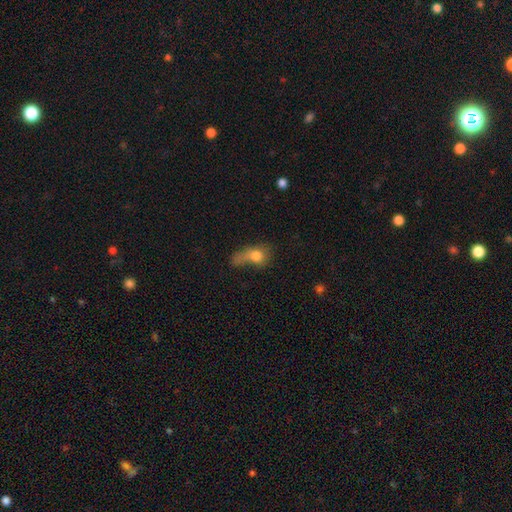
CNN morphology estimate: type=smooth (72%); roundness=in between (55%); merging=major disturbance (46%).